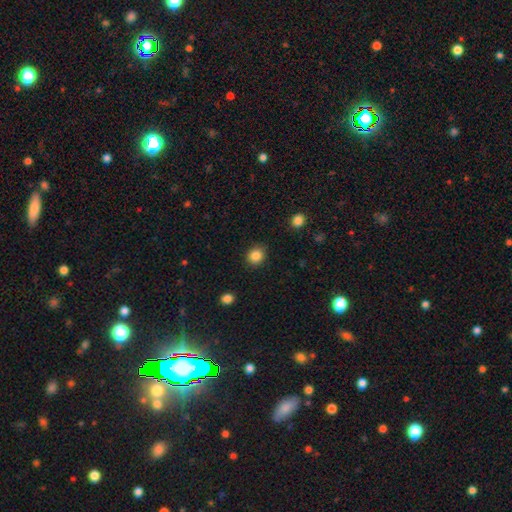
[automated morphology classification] type=smooth (85%); roundness=round (76%); merging=none (87%).